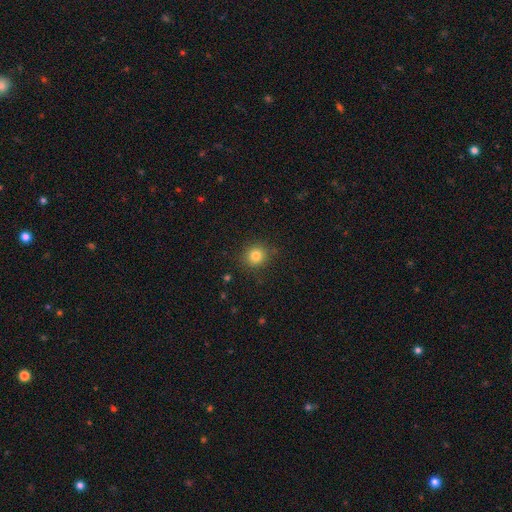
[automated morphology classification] The model was most divided on "smooth or featured": smooth: 81%, star or artifact: 12%, featured or disk: 7%. More confident: how rounded — round (88%); merging — none (87%).